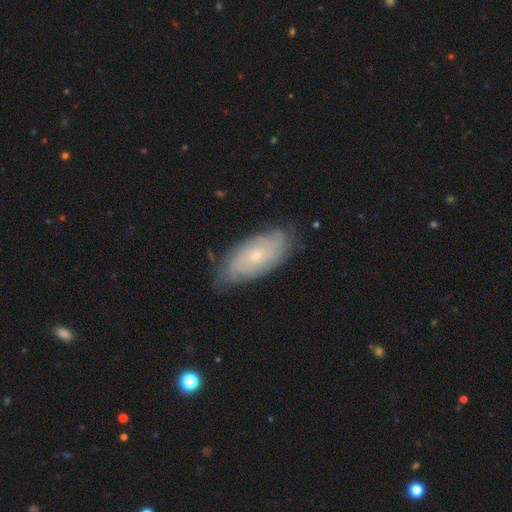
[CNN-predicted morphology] featured or disk 69%, smooth 24%, star or artifact 7%. Down the decision tree: edge-on disk — no (91%); bar — no (77%); spiral arms — yes (89%); spiral arm count — can't tell (56%); spiral winding — tight (68%); bulge size — small (67%); merging — none (74%).